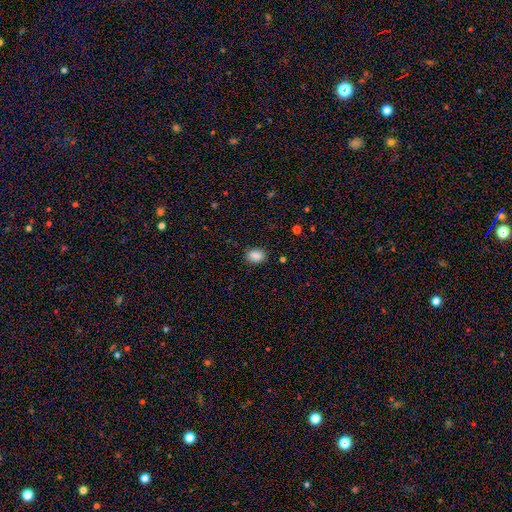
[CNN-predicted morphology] Overall: smooth (88%). How rounded: in between (70%). Merging: none (85%).